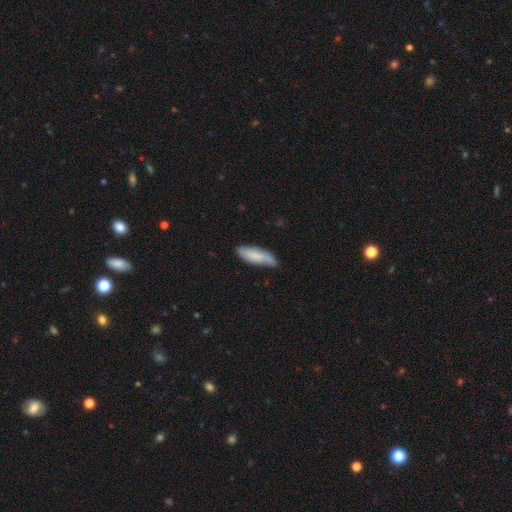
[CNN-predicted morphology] This is likely a smooth galaxy (64%). How rounded: possibly in between (60%). Merging: likely none (64%).